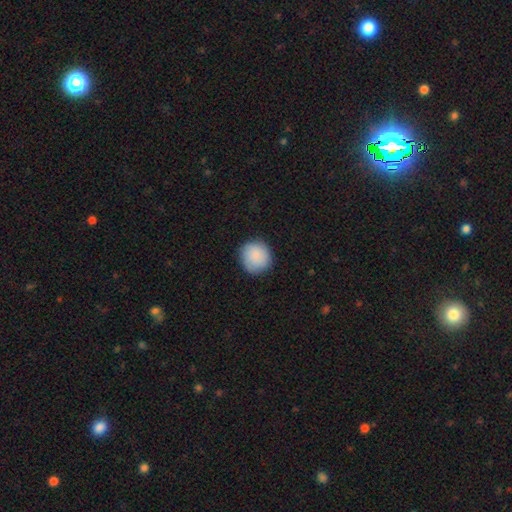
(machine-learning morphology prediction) This appears to be a smooth galaxy with no disk features (89%) that is round (91%). Merging: none (86%).